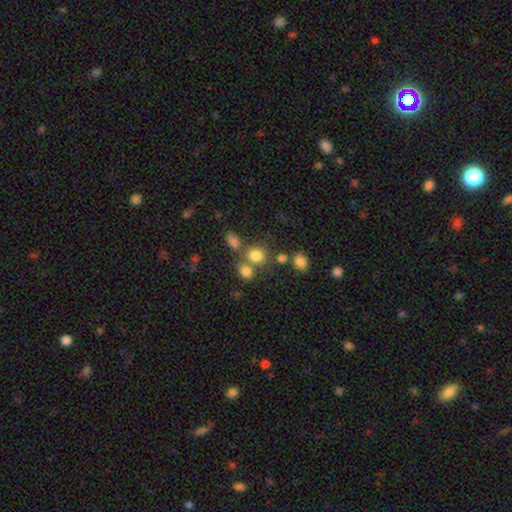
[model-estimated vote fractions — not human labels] smooth_or_featured: smooth (p=0.77) [alt: star or artifact p=0.14]
how_rounded: round (p=0.74) [alt: in between p=0.25]
merging: none (p=0.56) [alt: merger p=0.28]